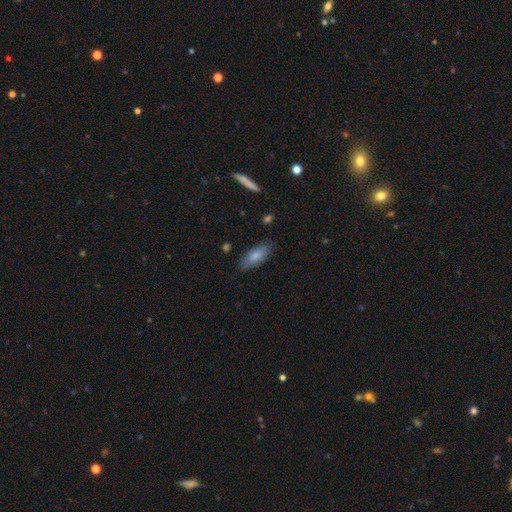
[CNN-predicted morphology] Overall: smooth (81%). How rounded: in between (77%). Merging: none (81%).